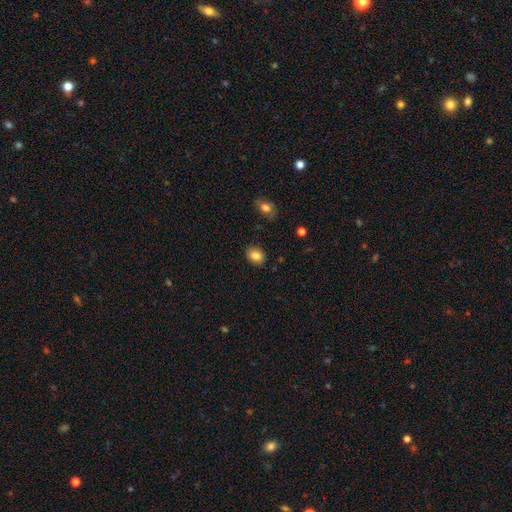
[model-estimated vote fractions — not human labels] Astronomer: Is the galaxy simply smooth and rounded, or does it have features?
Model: smooth — 84%.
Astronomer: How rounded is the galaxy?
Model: in between — 64%.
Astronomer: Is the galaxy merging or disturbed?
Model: none — 86%.